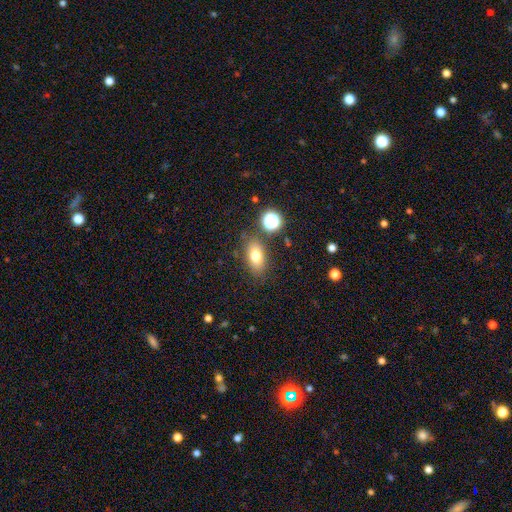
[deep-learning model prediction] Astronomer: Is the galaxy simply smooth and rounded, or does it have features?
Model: smooth — 74%.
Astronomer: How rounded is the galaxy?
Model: in between — 81%.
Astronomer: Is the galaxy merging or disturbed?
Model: none — 80%.